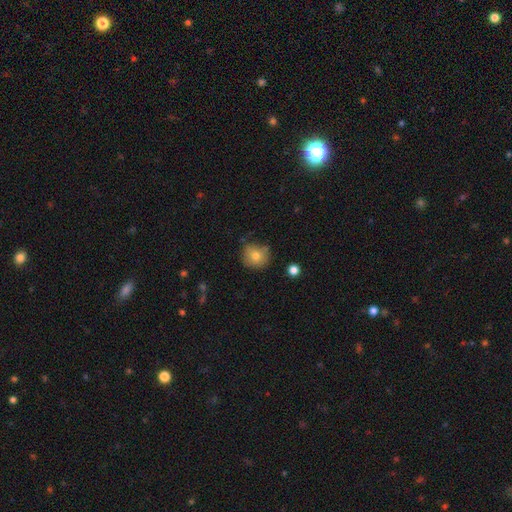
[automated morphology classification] smooth_or_featured: smooth (p=0.76) [alt: featured or disk p=0.13]
how_rounded: round (p=0.87) [alt: in between p=0.12]
merging: none (p=0.72) [alt: minor disturbance p=0.20]